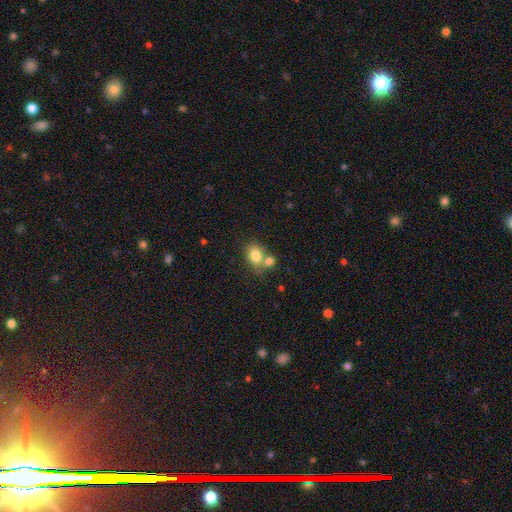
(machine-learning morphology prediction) The model was most divided on "merging" (2-way tie): none: 43%, merger: 43%, minor disturbance: 11%, major disturbance: 4%. More confident: smooth or featured — smooth (80%); how rounded — in between (50%).